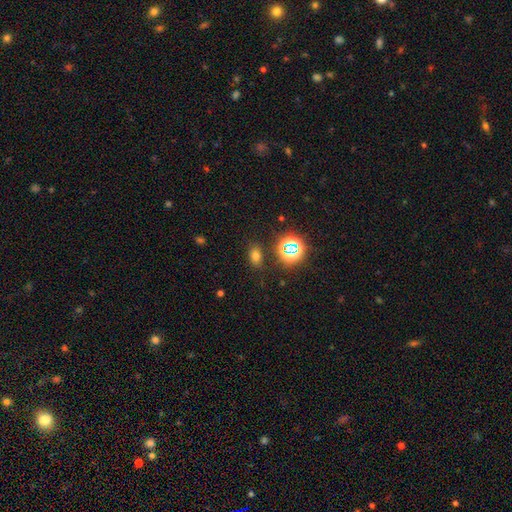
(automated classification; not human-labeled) The model was most divided on "smooth or featured": smooth: 67%, star or artifact: 25%, featured or disk: 8%. More confident: merging — none (82%); how rounded — in between (79%).